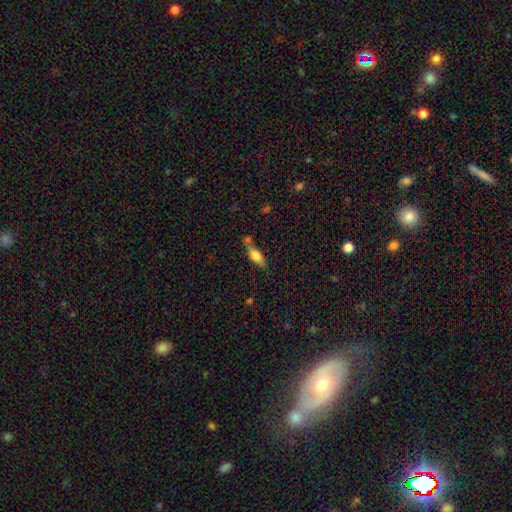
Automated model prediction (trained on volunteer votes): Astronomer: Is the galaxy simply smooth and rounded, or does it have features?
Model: smooth — 72%.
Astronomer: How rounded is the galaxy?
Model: in between — 70%.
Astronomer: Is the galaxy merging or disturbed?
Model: none — 56%.